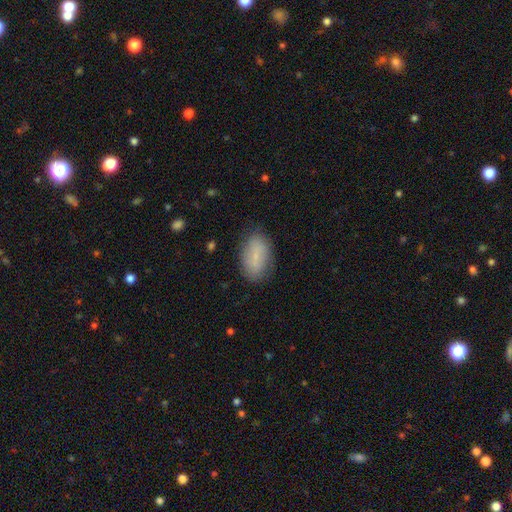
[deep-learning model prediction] Q: Smooth or featured?
A: smooth (73%); runner-up: featured or disk (20%)
Q: How rounded?
A: in between (92%); runner-up: round (5%)
Q: Merging?
A: none (81%); runner-up: minor disturbance (14%)